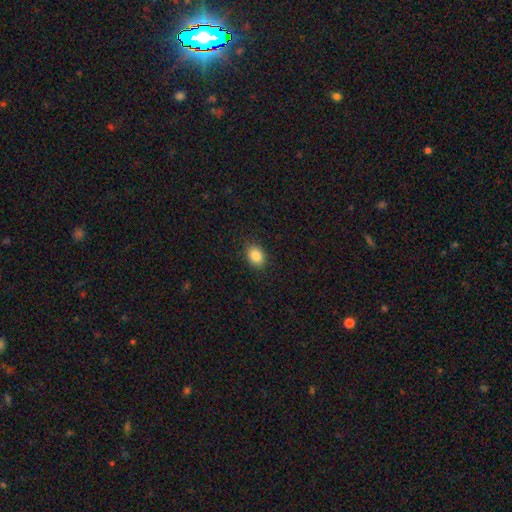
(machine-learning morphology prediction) Smooth or featured? Predicted: smooth (p=0.86). How rounded? Predicted: in between (p=0.63). Merging? Predicted: none (p=0.88).